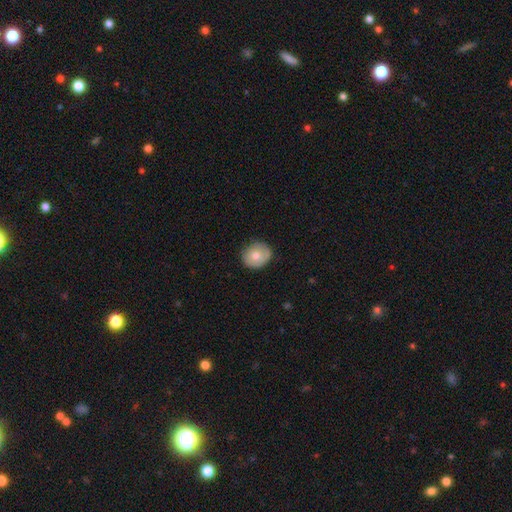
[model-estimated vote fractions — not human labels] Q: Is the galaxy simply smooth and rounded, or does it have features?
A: smooth — 71%.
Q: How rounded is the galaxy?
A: round — 75%.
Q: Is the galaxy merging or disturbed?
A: none — 79%.